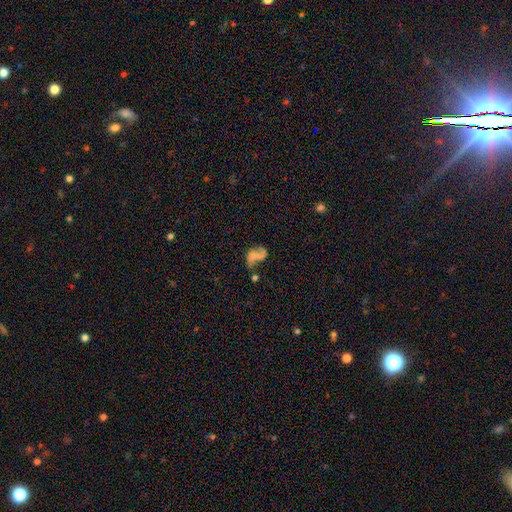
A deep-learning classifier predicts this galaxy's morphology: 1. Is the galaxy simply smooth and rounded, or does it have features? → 43% smooth, 42% featured or disk, 15% star or artifact.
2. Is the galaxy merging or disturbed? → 35% merger, 27% major disturbance, 22% none, 16% minor disturbance.